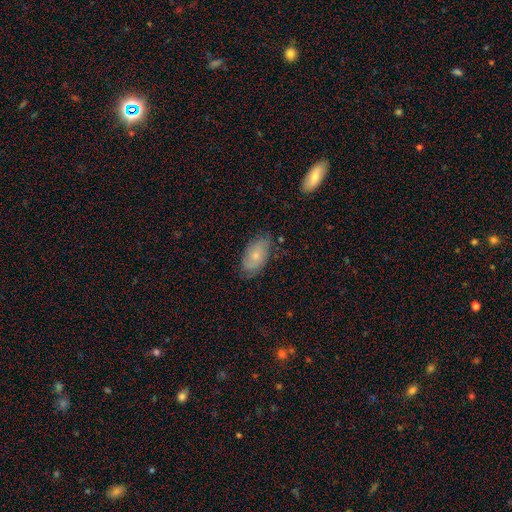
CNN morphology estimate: This appears to be a smooth galaxy with no disk features (57%) that is in between round and cigar-shaped (92%). Merging: none (70%).